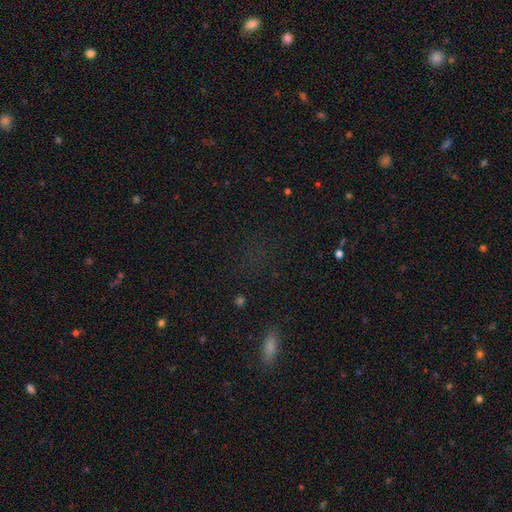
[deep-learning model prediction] smooth-or-featured: star or artifact: 52% | smooth: 35% | featured or disk: 13%